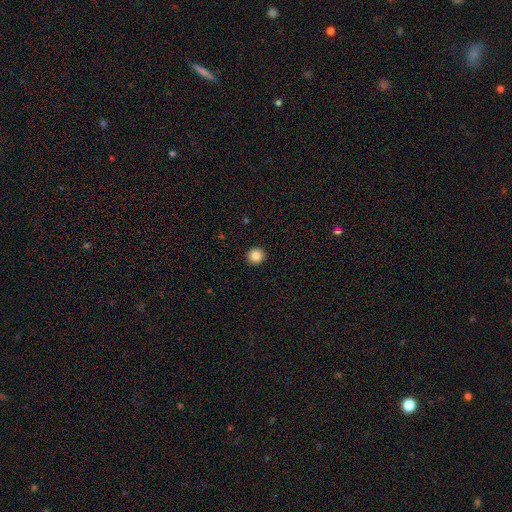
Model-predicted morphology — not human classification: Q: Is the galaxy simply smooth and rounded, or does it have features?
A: smooth — 87%.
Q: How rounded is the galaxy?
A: round — 90%.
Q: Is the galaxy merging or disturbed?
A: none — 92%.